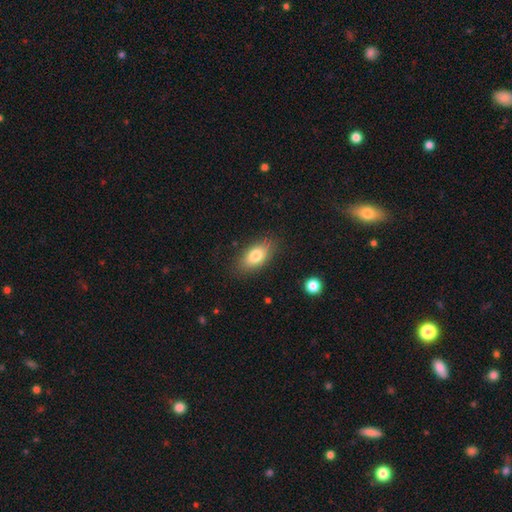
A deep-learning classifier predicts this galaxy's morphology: The model was most divided on "smooth or featured": smooth: 79%, featured or disk: 13%, star or artifact: 8%. More confident: how rounded — in between (89%); merging — none (82%).